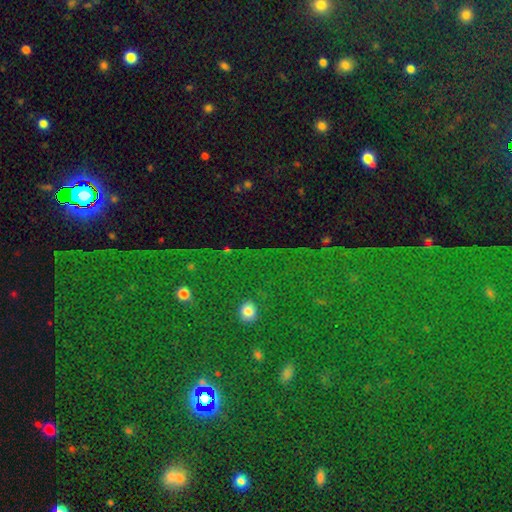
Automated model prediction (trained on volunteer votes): Smooth or featured? star or artifact (82%)